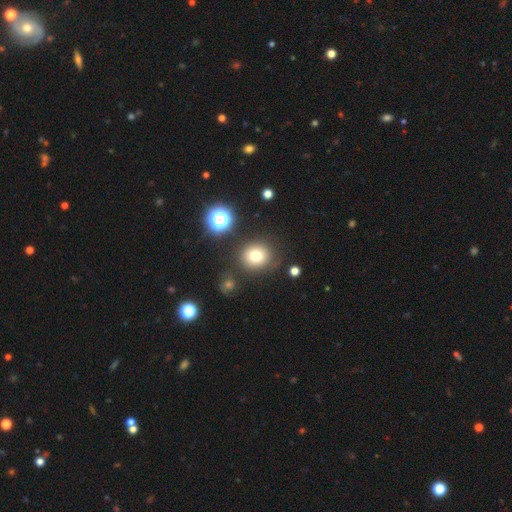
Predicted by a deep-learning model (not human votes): This appears to be a smooth galaxy with no disk features (75%) that is round (86%). Merging: none (82%).